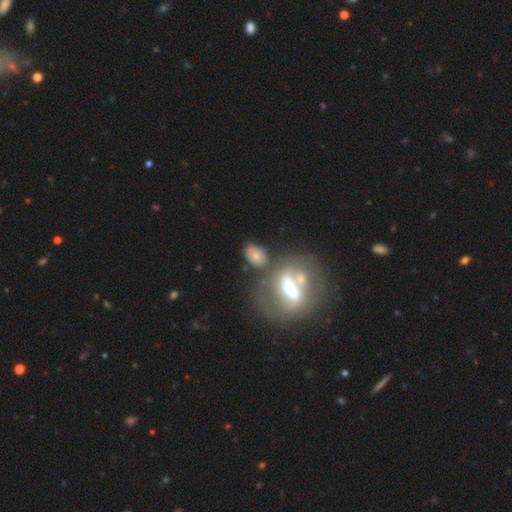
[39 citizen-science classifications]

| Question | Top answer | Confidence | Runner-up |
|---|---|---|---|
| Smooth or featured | smooth | 64% | featured or disk (31%) |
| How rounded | in between | 68% | round (20%) |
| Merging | none | 38% | merger (32%) |